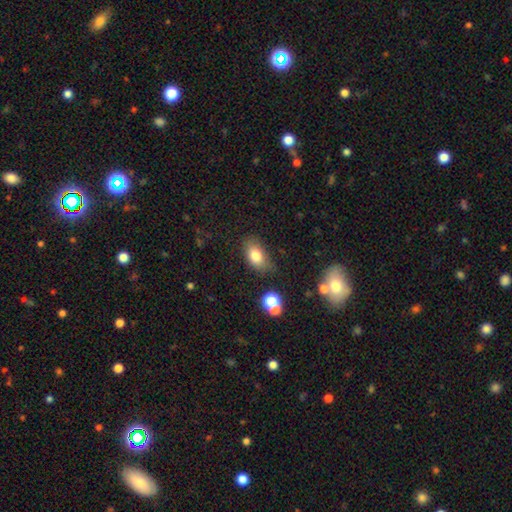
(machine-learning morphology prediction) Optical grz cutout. It shows a smooth galaxy with no disk features (79%) that is in between round and cigar-shaped (87%). Merging: none (72%).